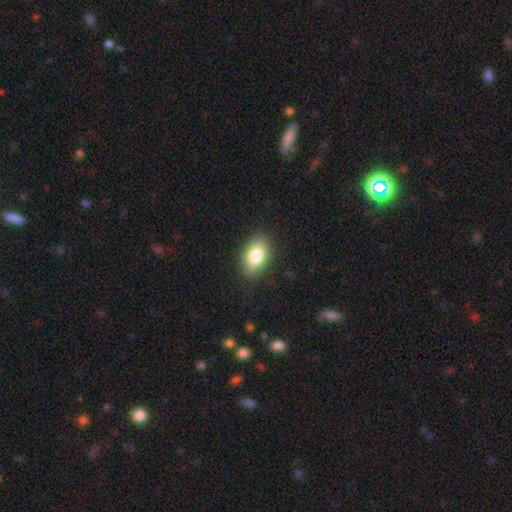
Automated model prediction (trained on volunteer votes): Q: Smooth or featured?
A: smooth (81%); runner-up: featured or disk (11%)
Q: How rounded?
A: in between (89%); runner-up: round (8%)
Q: Merging?
A: none (87%); runner-up: minor disturbance (9%)